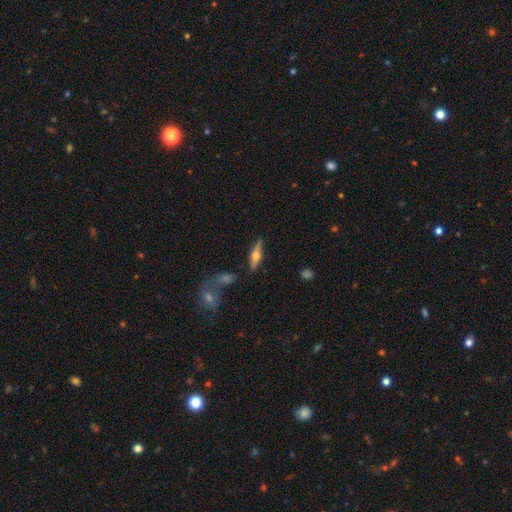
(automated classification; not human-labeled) Q: Smooth or featured?
A: featured or disk (64%); runner-up: smooth (30%)
Q: Edge-on disk?
A: yes (94%); runner-up: no (6%)
Q: Edge-on bulge?
A: rounded (93%); runner-up: boxy (5%)
Q: Merging?
A: none (81%); runner-up: minor disturbance (11%)